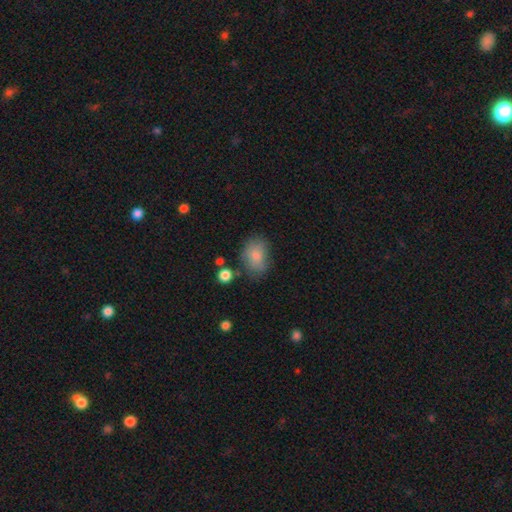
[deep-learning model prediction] Smooth or featured?
  - smooth: 80% *
  - featured or disk: 11%
  - star or artifact: 8%
How rounded?
  - in between: 73% *
  - round: 26%
  - cigar-shaped: 1%
Merging?
  - none: 61% *
  - minor disturbance: 26%
  - major disturbance: 8%
  - merger: 5%